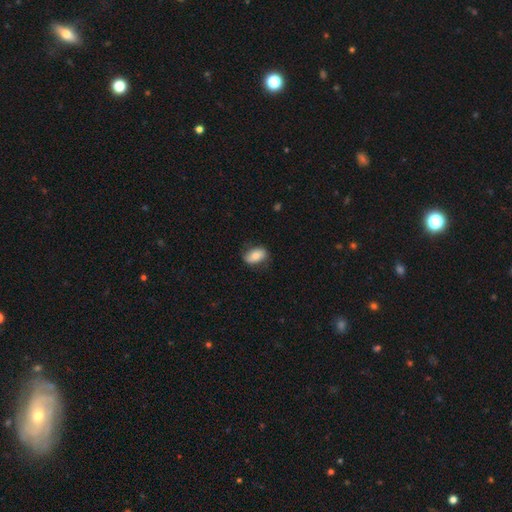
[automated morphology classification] Smooth or featured?
  - smooth: 73% *
  - featured or disk: 20%
  - star or artifact: 7%
How rounded?
  - in between: 89% *
  - round: 8%
  - cigar-shaped: 2%
Merging?
  - none: 74% *
  - minor disturbance: 20%
  - major disturbance: 5%
  - merger: 1%